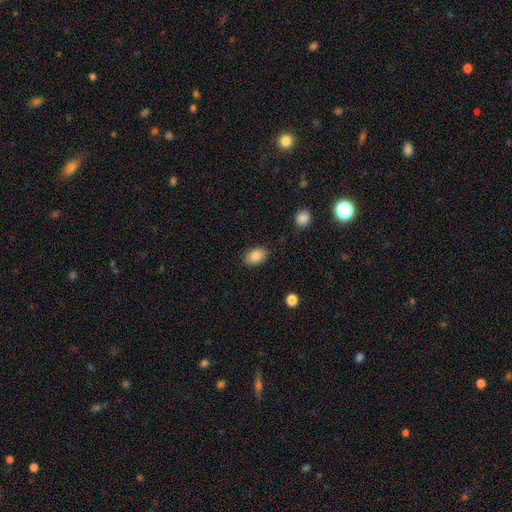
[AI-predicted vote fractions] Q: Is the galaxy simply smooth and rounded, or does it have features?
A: smooth — 85%.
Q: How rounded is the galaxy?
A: in between — 85%.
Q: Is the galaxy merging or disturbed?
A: none — 85%.